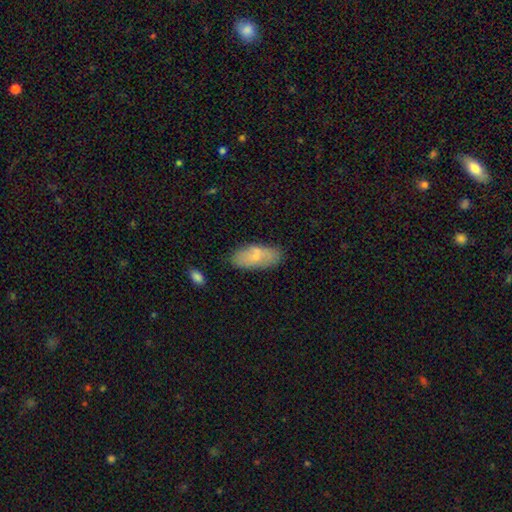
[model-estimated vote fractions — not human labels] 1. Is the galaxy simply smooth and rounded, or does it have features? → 70% smooth, 23% featured or disk, 7% star or artifact.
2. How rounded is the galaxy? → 88% in between, 9% cigar-shaped, 3% round.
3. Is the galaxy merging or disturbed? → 70% none, 18% minor disturbance, 7% merger, 4% major disturbance.